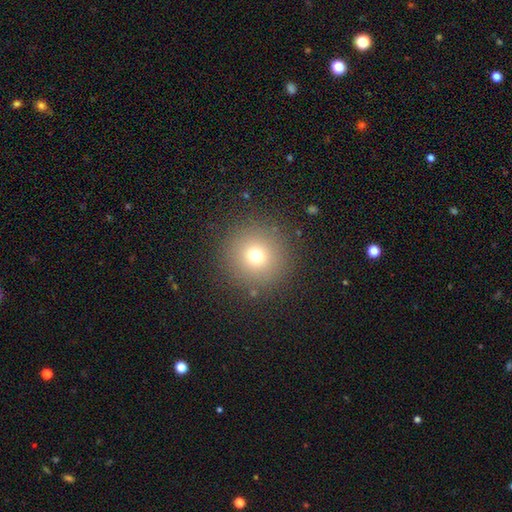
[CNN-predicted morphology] type=smooth (71%); roundness=round (96%); merging=none (89%).